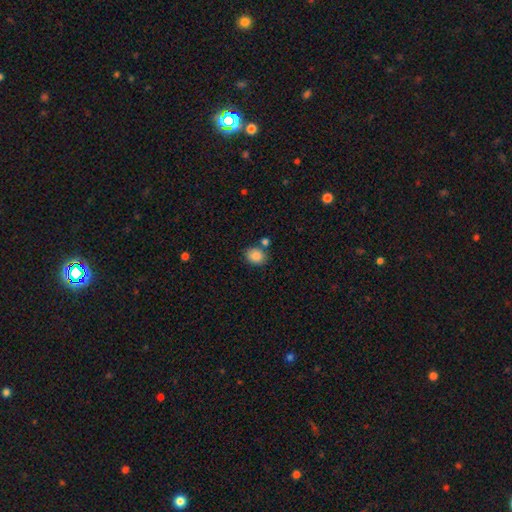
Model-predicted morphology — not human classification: This is clearly a smooth galaxy (87%). How rounded: possibly round (52%). Merging: likely none (72%).